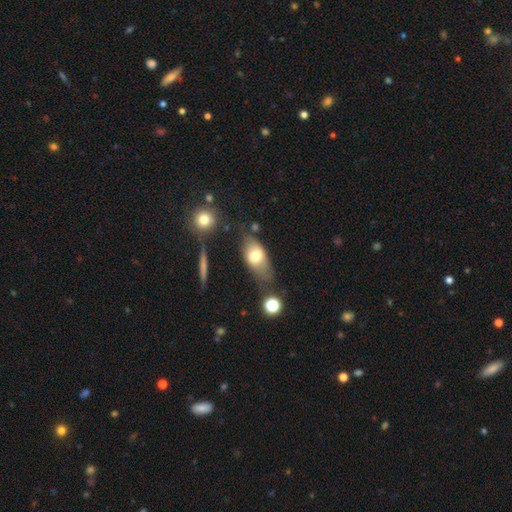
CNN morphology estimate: This appears to be a smooth galaxy with no disk features (67%) that is in between round and cigar-shaped (83%). Merging: none (53%).